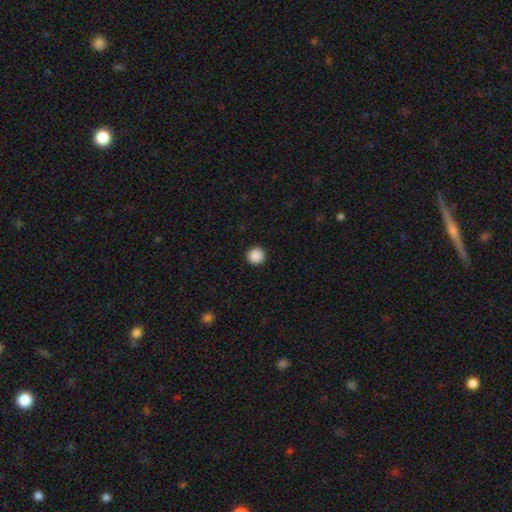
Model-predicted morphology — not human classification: Smooth or featured: smooth — 89% (star or artifact — 9%)
How rounded: round — 96% (in between — 3%)
Merging: none — 93% (minor disturbance — 4%)